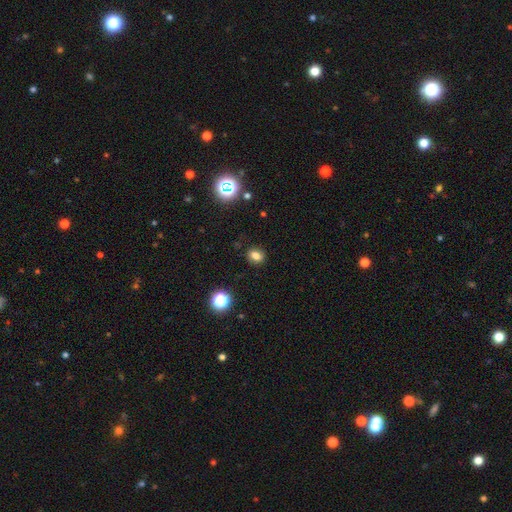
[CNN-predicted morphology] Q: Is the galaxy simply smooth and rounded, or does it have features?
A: smooth — 78%.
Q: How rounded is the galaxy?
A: in between — 51%.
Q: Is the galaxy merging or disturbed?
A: none — 87%.